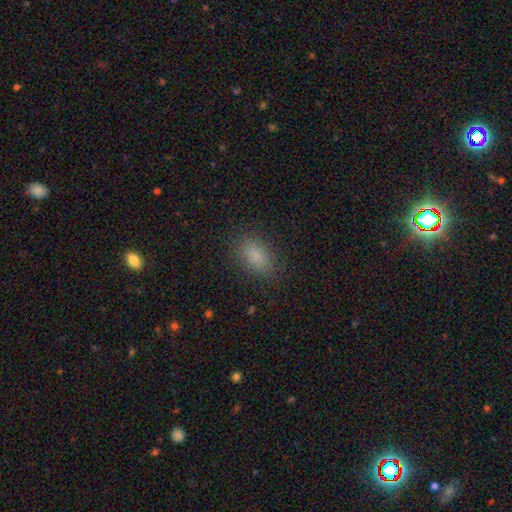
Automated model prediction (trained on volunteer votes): Overall: smooth (84%). How rounded: in between (88%). Merging: none (85%).